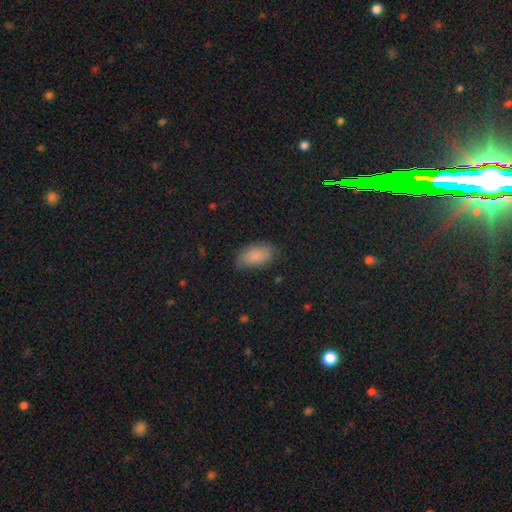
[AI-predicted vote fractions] Smooth or featured?
  - smooth: 86% *
  - star or artifact: 8%
  - featured or disk: 6%
How rounded?
  - in between: 93% *
  - round: 4%
  - cigar-shaped: 2%
Merging?
  - none: 74% *
  - minor disturbance: 20%
  - major disturbance: 5%
  - merger: 1%